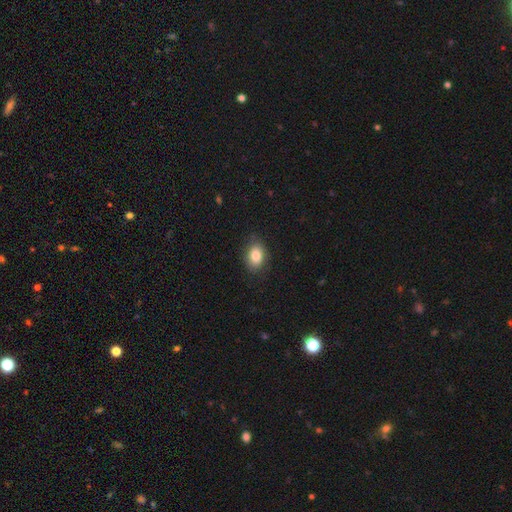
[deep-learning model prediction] Smooth or featured: smooth — 84% (featured or disk — 8%)
How rounded: in between — 79% (round — 20%)
Merging: none — 82% (minor disturbance — 14%)